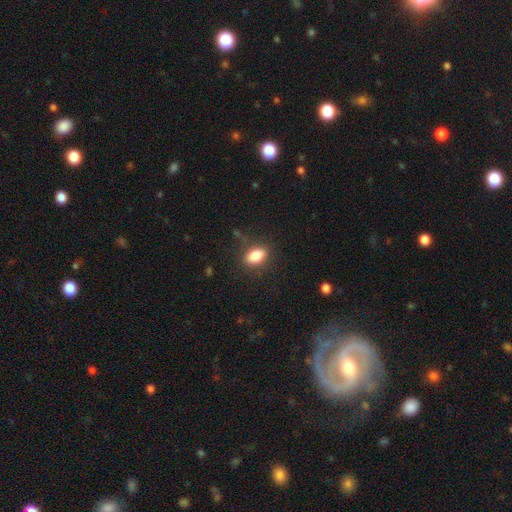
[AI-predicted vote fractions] Smooth or featured? smooth (82%)
How rounded? in between (84%)
Merging? none (83%)